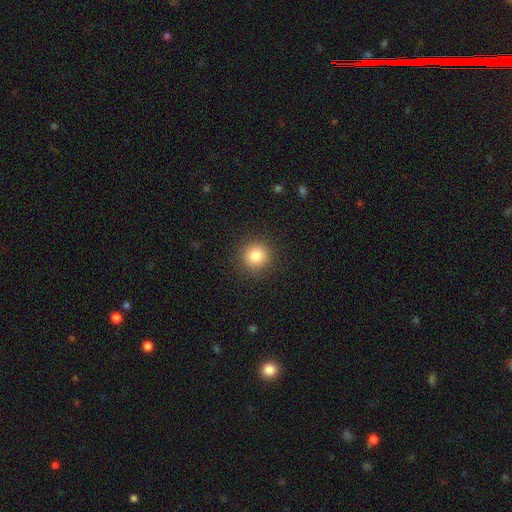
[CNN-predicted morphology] Overall: smooth (84%). How rounded: round (93%). Merging: none (90%).